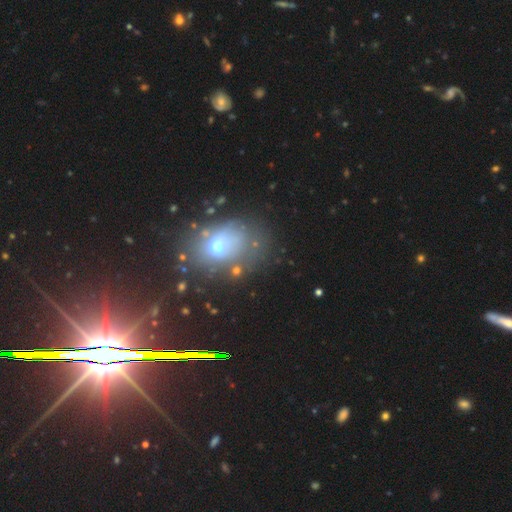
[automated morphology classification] Overall: star or artifact (36%; featured or disk 34%).